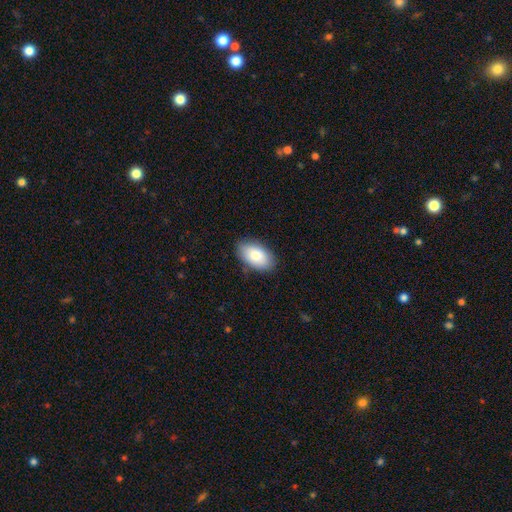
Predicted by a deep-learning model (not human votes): smooth_or_featured: smooth (p=0.79) [alt: featured or disk p=0.14]
how_rounded: in between (p=0.93) [alt: round p=0.05]
merging: none (p=0.85) [alt: minor disturbance p=0.11]